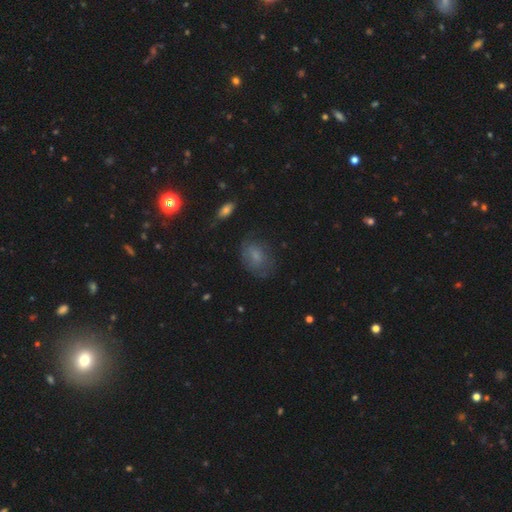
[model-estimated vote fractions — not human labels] Smooth or featured?
  - smooth: 60% *
  - featured or disk: 26%
  - star or artifact: 14%
How rounded?
  - in between: 77% *
  - round: 21%
  - cigar-shaped: 2%
Merging?
  - none: 61% *
  - minor disturbance: 24%
  - major disturbance: 13%
  - merger: 2%